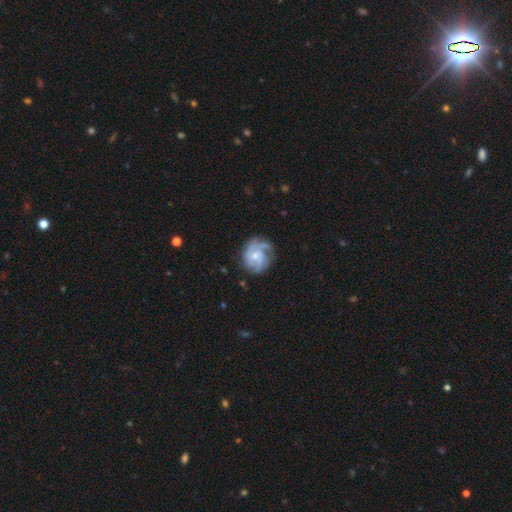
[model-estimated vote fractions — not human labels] This is clearly a featured or disk galaxy (84%). It is clearly not viewed edge-on (98%). Bar: likely no (66%). Spiral arm pattern: clearly yes (96%). Spiral arm count: marginally 3 (35%). Spiral winding: possibly tight (54%). Central bulge: possibly small (51%). Merging: likely none (67%).